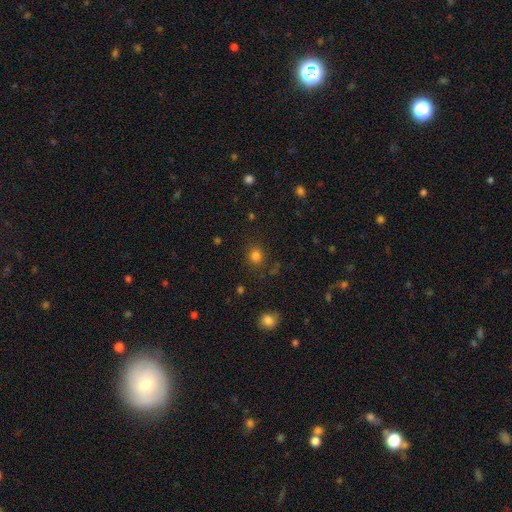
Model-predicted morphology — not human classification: smooth 80%, star or artifact 15%, featured or disk 5%. Down the decision tree: how rounded — round (84%); merging — none (84%).